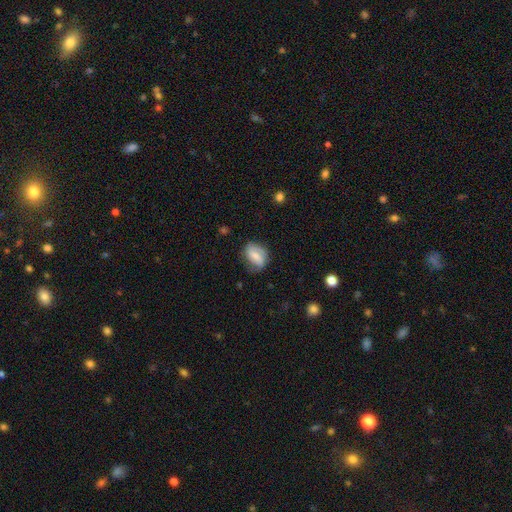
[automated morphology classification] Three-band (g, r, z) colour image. It shows a smooth galaxy with no disk features (49%). Merging: none (62%).